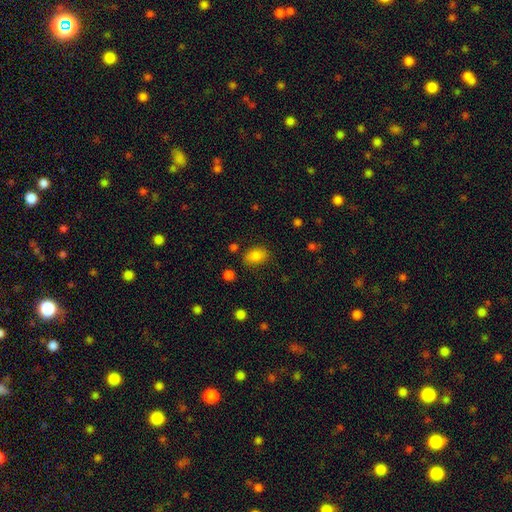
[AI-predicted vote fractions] Smooth or featured? smooth (84%)
How rounded? in between (77%)
Merging? none (79%)